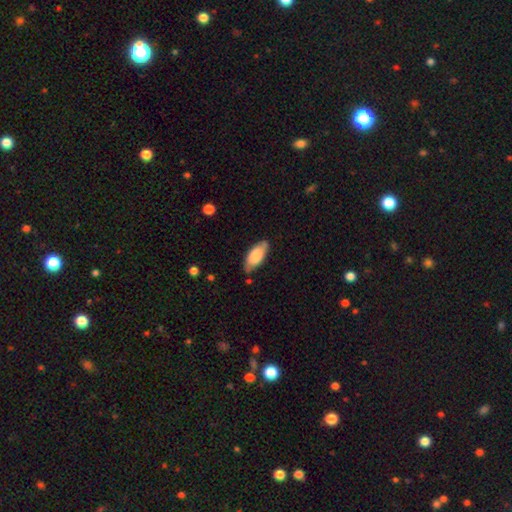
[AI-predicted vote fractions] Overall: smooth (77%). How rounded: in between (85%). Merging: none (78%).